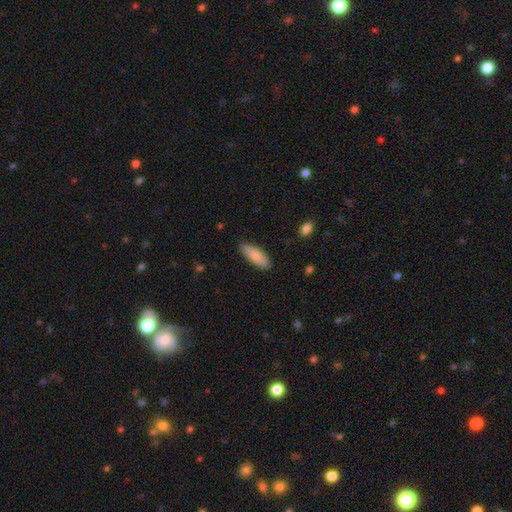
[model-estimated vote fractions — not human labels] A smooth galaxy with no disk features (84%) that is in between round and cigar-shaped (68%). Merging: none (86%).